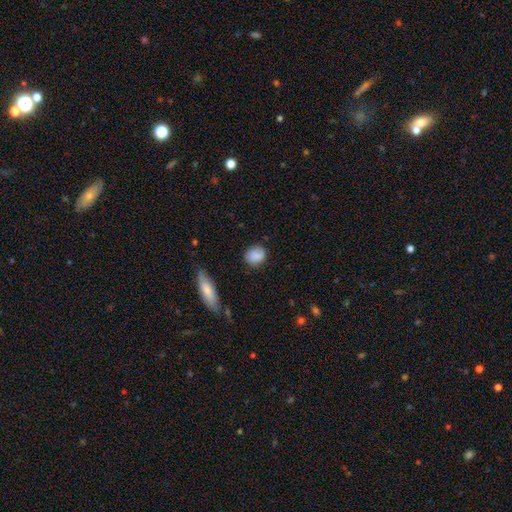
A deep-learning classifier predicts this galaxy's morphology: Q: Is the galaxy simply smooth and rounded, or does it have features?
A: smooth — 85%.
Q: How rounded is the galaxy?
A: round — 68%.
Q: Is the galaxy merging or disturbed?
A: none — 79%.